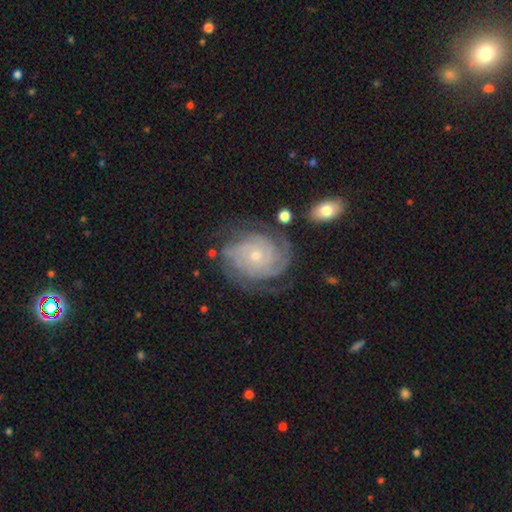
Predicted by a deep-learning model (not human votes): Smooth or featured?
  - featured or disk: 87% *
  - smooth: 7%
  - star or artifact: 6%
Edge-on disk?
  - no: 98% *
  - yes: 2%
Bar?
  - no: 81% *
  - weak: 15%
  - strong: 3%
Spiral arms?
  - yes: 96% *
  - no: 4%
Spiral winding?
  - tight: 76% *
  - medium: 20%
  - loose: 5%
Spiral arm count?
  - can't tell: 26% *
  - 3: 25%
  - 4: 20%
  - 2: 15%
  - more than 4: 8%
  - 1: 6%
Bulge size?
  - small: 73% *
  - moderate: 24%
  - large: 1%
  - none: 1%
  - dominant: 1%
Merging?
  - none: 69% *
  - minor disturbance: 19%
  - major disturbance: 9%
  - merger: 3%